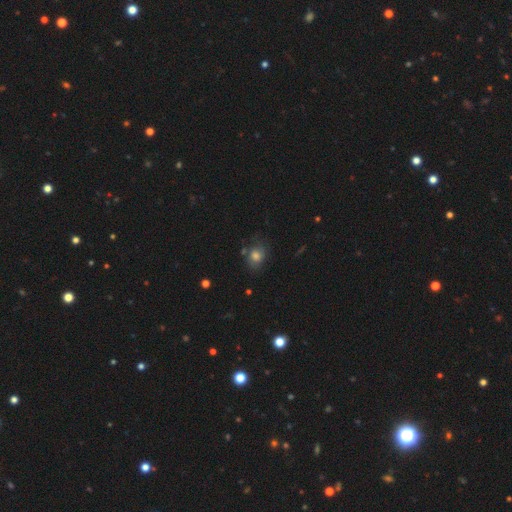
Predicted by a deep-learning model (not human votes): Smooth or featured: smooth — 74% (featured or disk — 14%)
How rounded: round — 53% (in between — 46%)
Merging: none — 67% (minor disturbance — 21%)